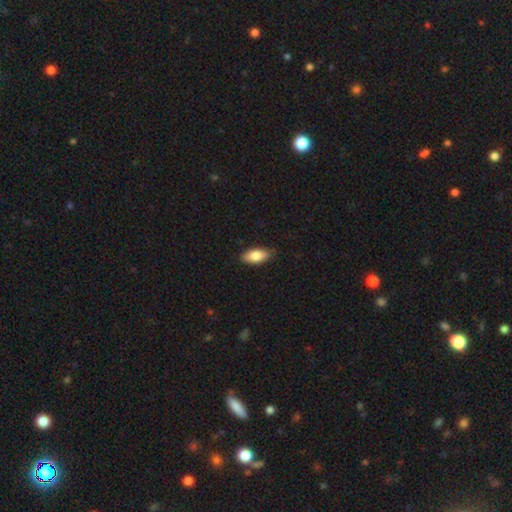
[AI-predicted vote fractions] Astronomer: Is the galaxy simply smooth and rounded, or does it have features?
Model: smooth — 81%.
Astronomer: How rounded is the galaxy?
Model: in between — 89%.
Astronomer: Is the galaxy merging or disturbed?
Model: none — 84%.